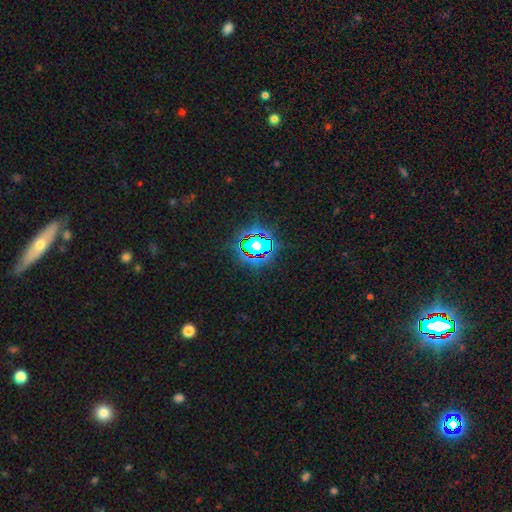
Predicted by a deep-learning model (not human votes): A star or artifact, not a galaxy (81%).